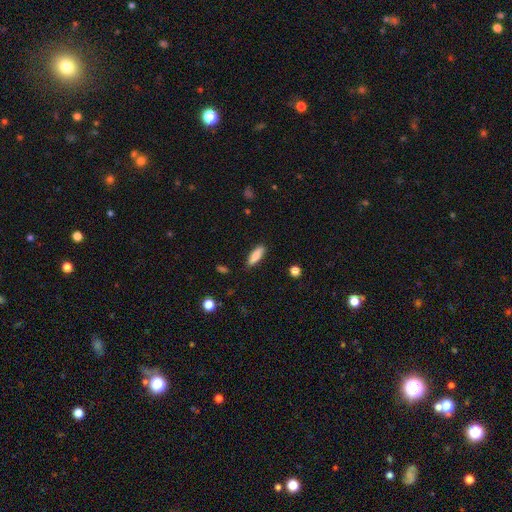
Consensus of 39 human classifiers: smooth-or-featured: smooth: 92% | featured or disk: 5% | star or artifact: 3%
  how-rounded: in between: 53% | cigar-shaped: 44% | round: 3%
  merging: none: 84% | minor disturbance: 11% | major disturbance: 3% | merger: 3%